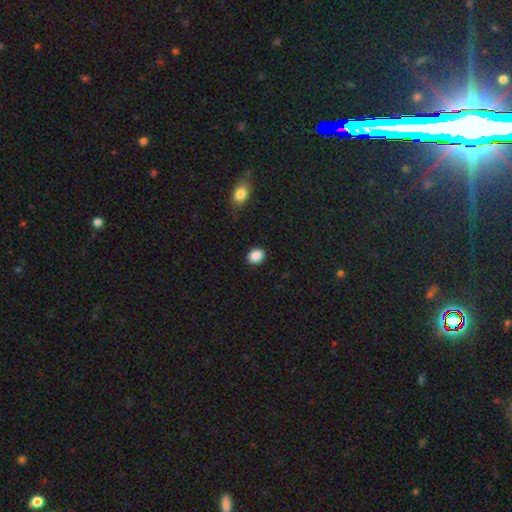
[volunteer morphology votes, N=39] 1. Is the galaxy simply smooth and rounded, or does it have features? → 92% smooth, 5% star or artifact, 3% featured or disk.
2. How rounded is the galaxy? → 58% round, 42% in between, 0% cigar-shaped.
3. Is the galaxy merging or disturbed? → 86% none, 8% minor disturbance, 5% major disturbance, 0% merger.